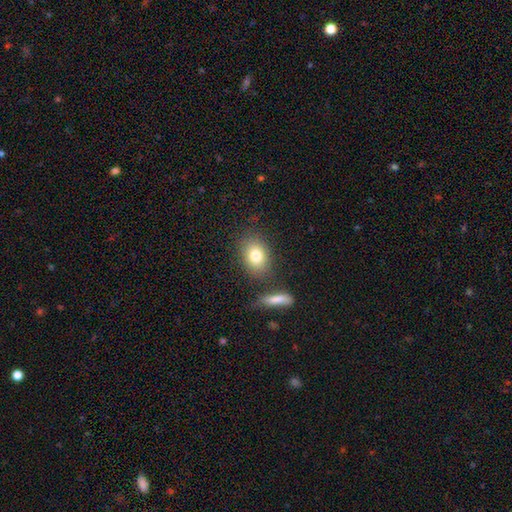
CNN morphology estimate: This is likely a smooth galaxy (80%). How rounded: likely in between (72%). Merging: likely none (75%).